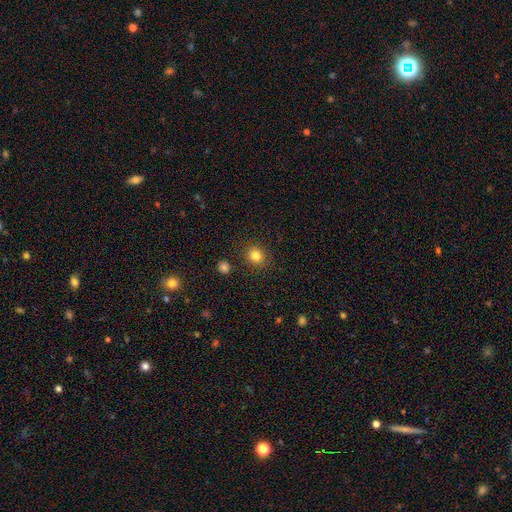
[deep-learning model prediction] Morphology: type=smooth (83%); roundness=round (80%); merging=none (86%).